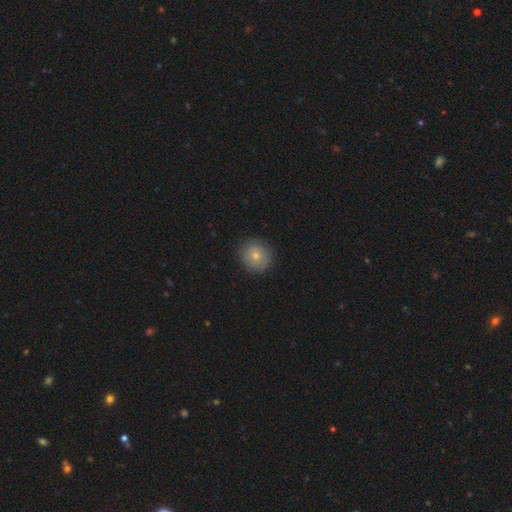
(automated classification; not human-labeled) Smooth or featured?
  - smooth: 71% *
  - featured or disk: 20%
  - star or artifact: 8%
How rounded?
  - round: 88% *
  - in between: 11%
  - cigar-shaped: 1%
Merging?
  - none: 83% *
  - minor disturbance: 13%
  - major disturbance: 3%
  - merger: 1%